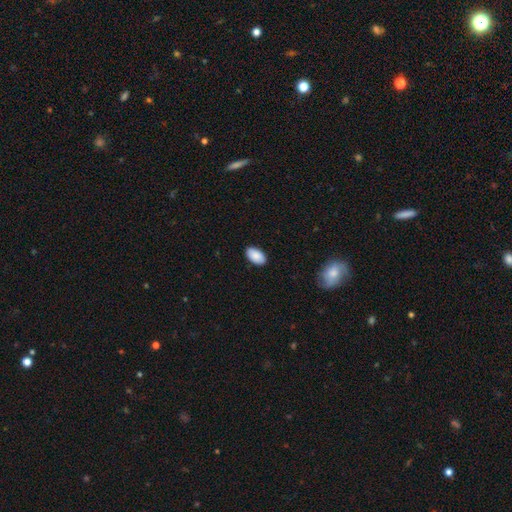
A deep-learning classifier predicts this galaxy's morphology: Smooth or featured: smooth — 90% (star or artifact — 6%)
How rounded: in between — 95% (round — 4%)
Merging: none — 88% (minor disturbance — 9%)